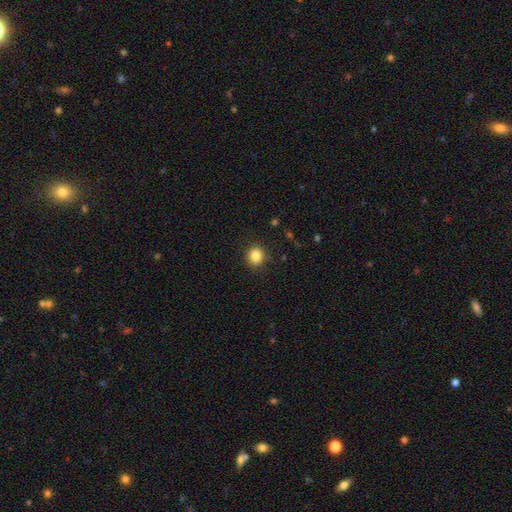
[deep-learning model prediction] smooth 85%, star or artifact 10%, featured or disk 5%. Down the decision tree: how rounded — round (83%); merging — none (89%).